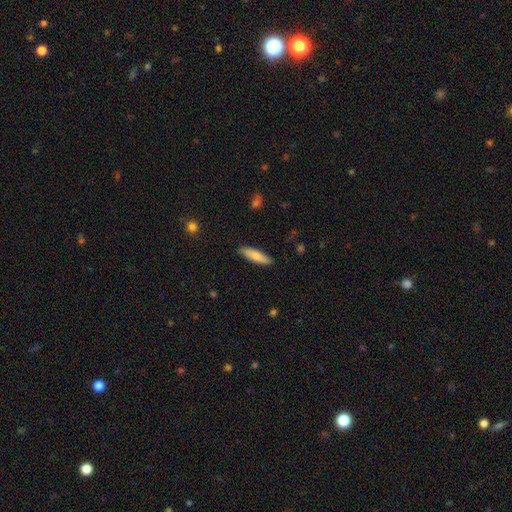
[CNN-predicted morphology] smooth 79%, featured or disk 15%, star or artifact 6%. Down the decision tree: how rounded — cigar-shaped (65%); merging — none (87%).